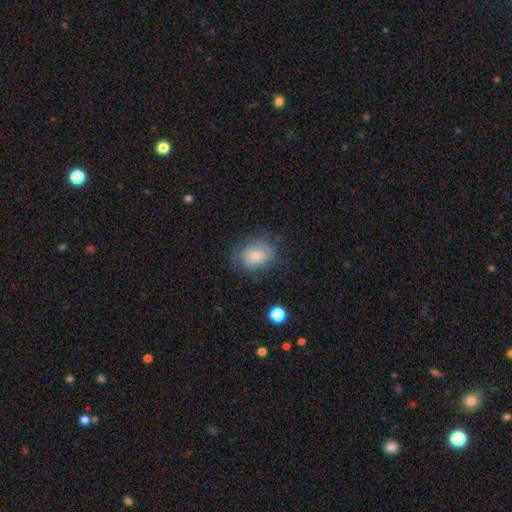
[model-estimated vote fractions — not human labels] This appears to be a smooth galaxy with no disk features (68%) that is in between round and cigar-shaped (64%). Merging: none (60%).